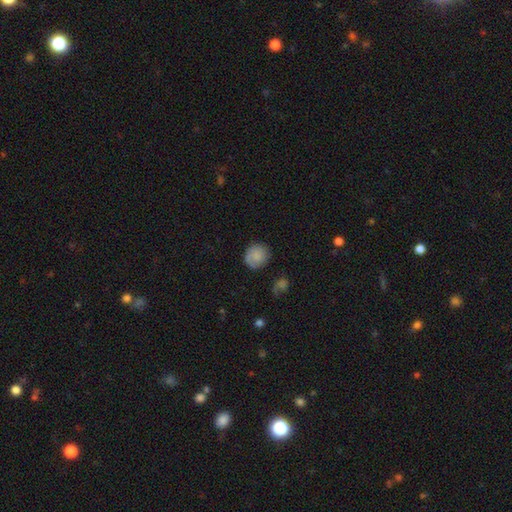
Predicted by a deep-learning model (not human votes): Smooth or featured? Predicted: smooth (p=0.78). How rounded? Predicted: round (p=0.83). Merging? Predicted: none (p=0.72).